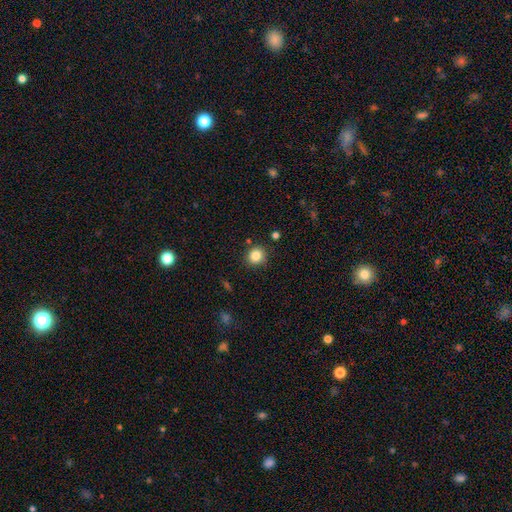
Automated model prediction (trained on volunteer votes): Morphology: type=smooth (84%); roundness=round (87%); merging=none (85%).